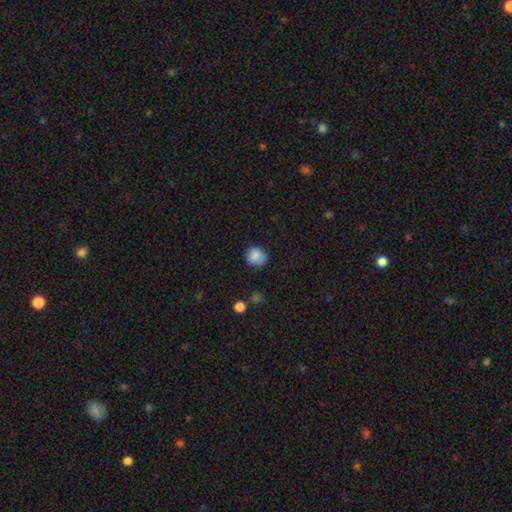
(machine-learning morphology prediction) A smooth galaxy with no disk features (85%) that is round (82%). Merging: none (73%).